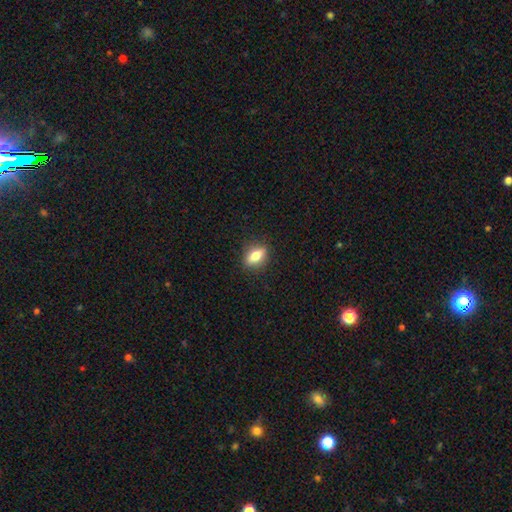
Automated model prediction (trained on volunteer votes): A smooth galaxy with no disk features (72%) that is in between round and cigar-shaped (73%).

Vote fractions:
- Smooth or featured? smooth: 72% / featured or disk: 20% / star or artifact: 8%
- How rounded? in between: 73% / round: 13% / cigar-shaped: 13%
- Merging? none: 87% / minor disturbance: 10% / major disturbance: 3% / merger: 1%